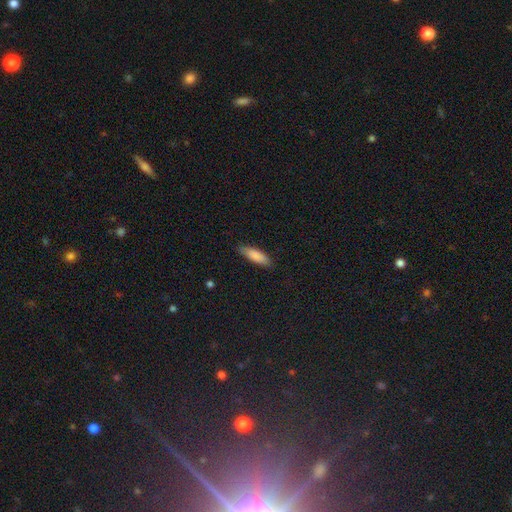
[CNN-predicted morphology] Smooth or featured? Predicted: smooth (p=0.85). How rounded? Predicted: in between (p=0.51). Merging? Predicted: none (p=0.83).